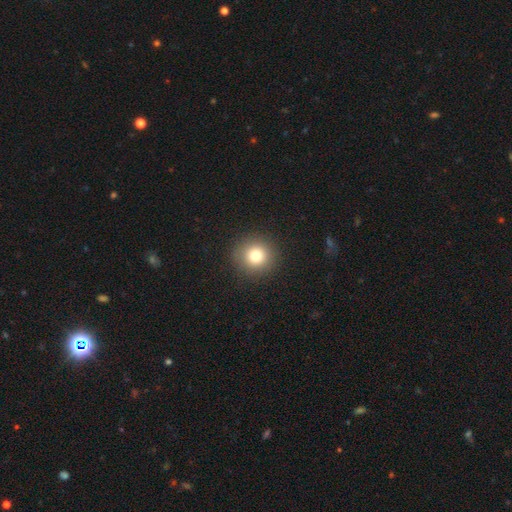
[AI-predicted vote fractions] smooth 79%, star or artifact 12%, featured or disk 9%. Down the decision tree: how rounded — round (94%); merging — none (91%).